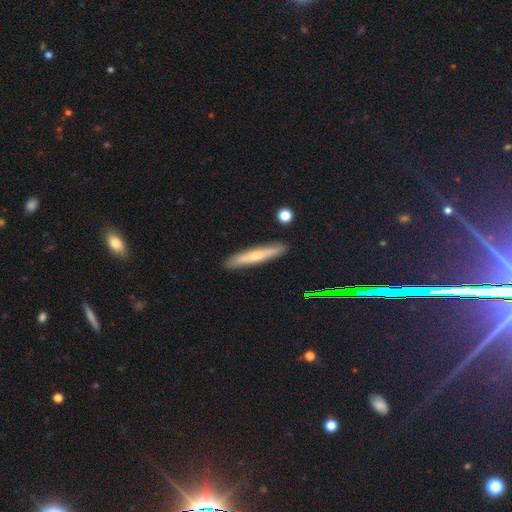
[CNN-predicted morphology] Overall: smooth (48%; featured or disk 44%). Merging: none (89%).